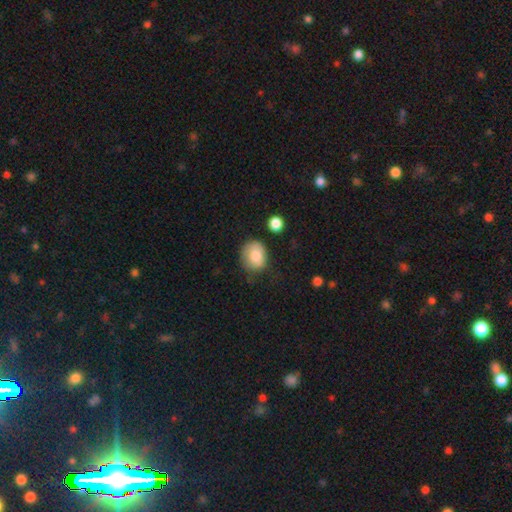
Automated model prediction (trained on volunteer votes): smooth-or-featured: smooth: 81% | featured or disk: 11% | star or artifact: 8%
  how-rounded: round: 57% | in between: 42% | cigar-shaped: 1%
  merging: none: 57% | minor disturbance: 30% | major disturbance: 10% | merger: 4%